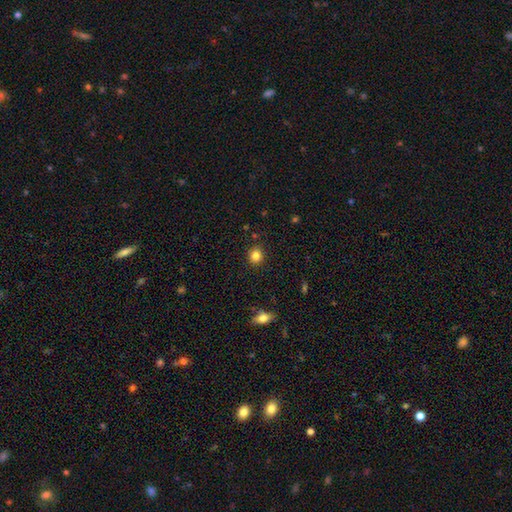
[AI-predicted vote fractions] smooth 83%, star or artifact 11%, featured or disk 6%. Down the decision tree: how rounded — round (84%); merging — none (89%).